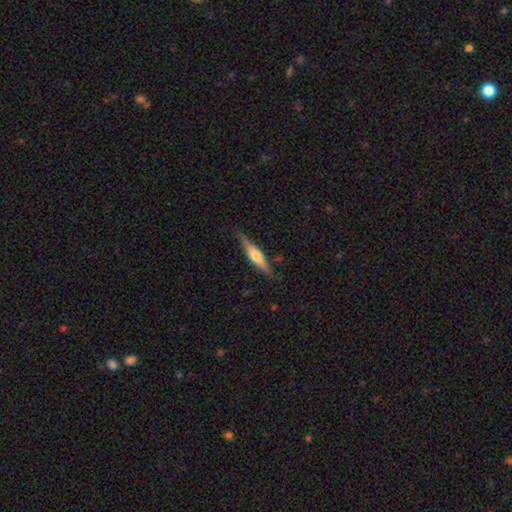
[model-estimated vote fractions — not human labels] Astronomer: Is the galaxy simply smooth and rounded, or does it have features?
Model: featured or disk — 64%.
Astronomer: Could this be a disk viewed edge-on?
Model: yes — 96%.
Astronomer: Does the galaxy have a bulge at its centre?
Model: rounded — 82%.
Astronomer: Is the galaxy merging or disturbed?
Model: none — 86%.